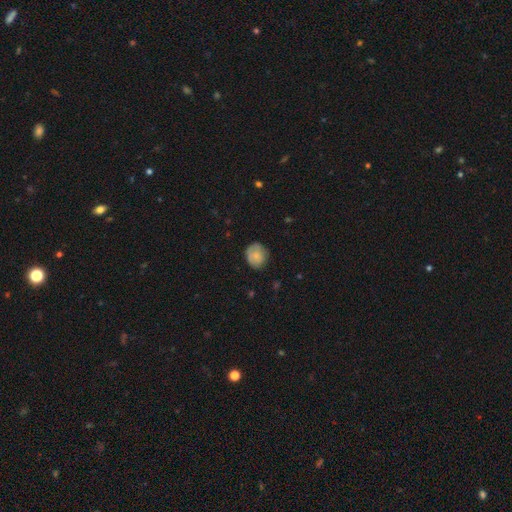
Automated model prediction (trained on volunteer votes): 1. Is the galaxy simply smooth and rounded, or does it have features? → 78% smooth, 14% featured or disk, 8% star or artifact.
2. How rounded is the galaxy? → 71% round, 28% in between, 1% cigar-shaped.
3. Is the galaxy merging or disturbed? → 75% none, 20% minor disturbance, 4% major disturbance, 1% merger.